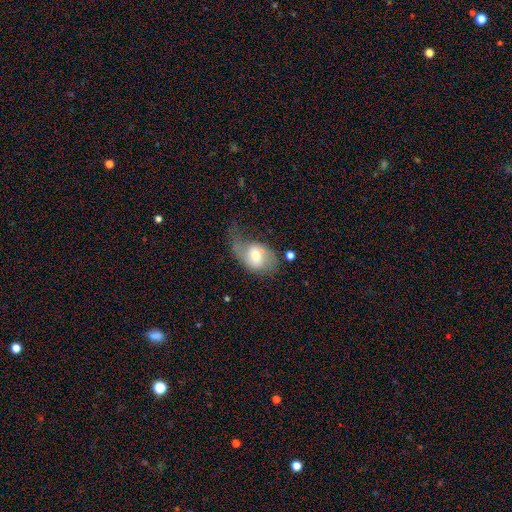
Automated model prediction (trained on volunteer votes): Q: Smooth or featured?
A: featured or disk (48%); runner-up: smooth (45%)
Q: Merging?
A: major disturbance (39%); runner-up: minor disturbance (28%)